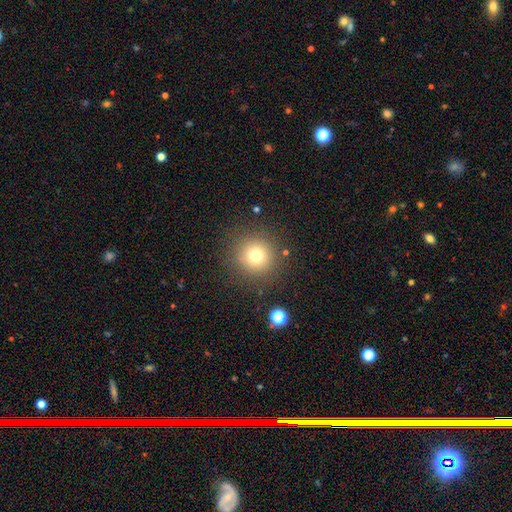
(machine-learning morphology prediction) smooth-or-featured: smooth: 74% | star or artifact: 16% | featured or disk: 11%
  how-rounded: round: 95% | in between: 5% | cigar-shaped: 1%
  merging: none: 86% | minor disturbance: 8% | major disturbance: 4% | merger: 2%